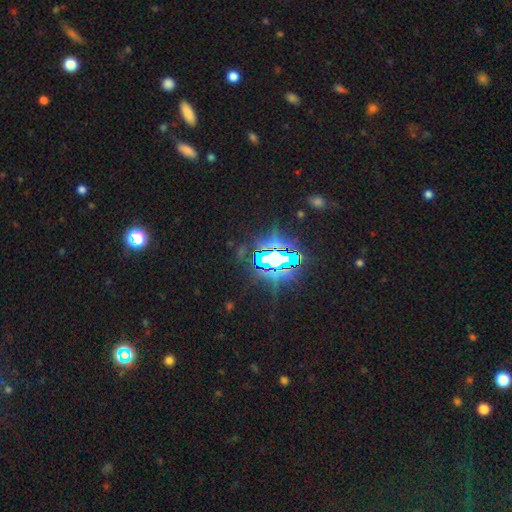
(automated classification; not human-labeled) smooth_or_featured: star or artifact (p=0.84) [alt: smooth p=0.09]